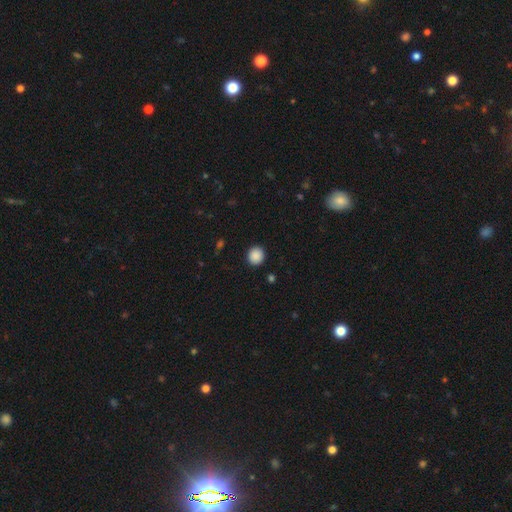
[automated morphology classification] type=smooth (89%); roundness=round (88%); merging=none (92%).